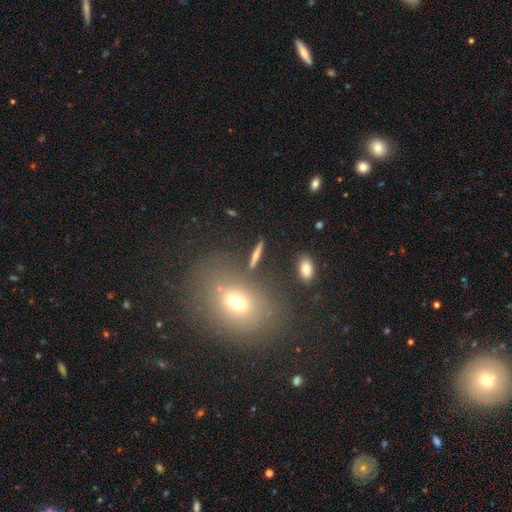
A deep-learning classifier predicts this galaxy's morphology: Smooth or featured? Predicted: smooth (p=0.52). How rounded? Predicted: cigar-shaped (p=0.71). Merging? Predicted: none (p=0.82).